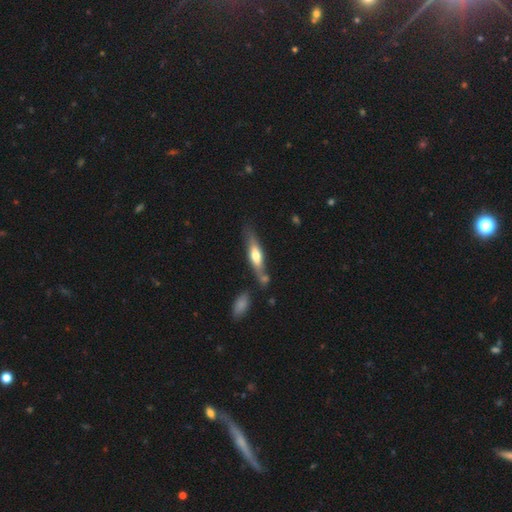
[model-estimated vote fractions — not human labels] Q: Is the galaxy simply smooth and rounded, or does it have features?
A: featured or disk — 48%.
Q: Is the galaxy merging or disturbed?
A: none — 63%.